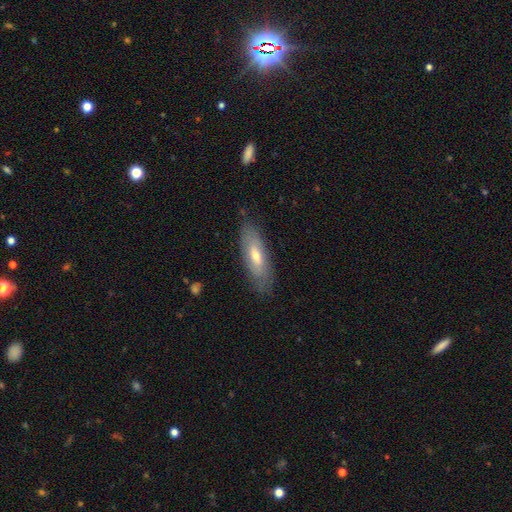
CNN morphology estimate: Smooth or featured: smooth — 52% (featured or disk — 41%)
How rounded: in between — 59% (cigar-shaped — 39%)
Merging: none — 81% (minor disturbance — 14%)